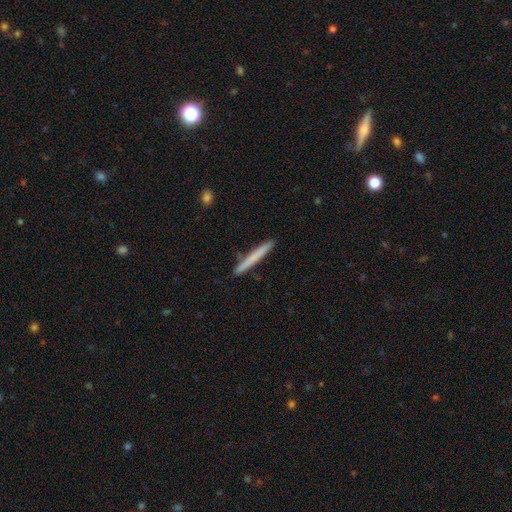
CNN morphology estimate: Smooth or featured?
  - smooth: 71% *
  - featured or disk: 24%
  - star or artifact: 5%
How rounded?
  - cigar-shaped: 97% *
  - in between: 2%
  - round: 1%
Merging?
  - none: 89% *
  - minor disturbance: 8%
  - merger: 2%
  - major disturbance: 1%